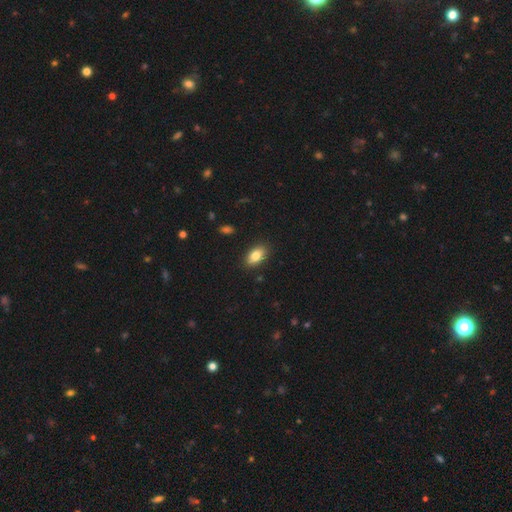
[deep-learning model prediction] Smooth or featured: smooth — 83% (featured or disk — 10%)
How rounded: in between — 91% (round — 6%)
Merging: none — 88% (minor disturbance — 9%)